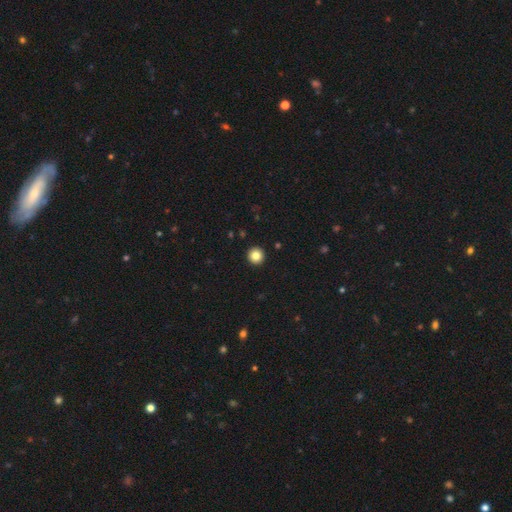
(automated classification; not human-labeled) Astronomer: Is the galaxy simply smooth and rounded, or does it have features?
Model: smooth — 84%.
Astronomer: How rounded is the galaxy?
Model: round — 96%.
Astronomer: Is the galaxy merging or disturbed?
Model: none — 94%.